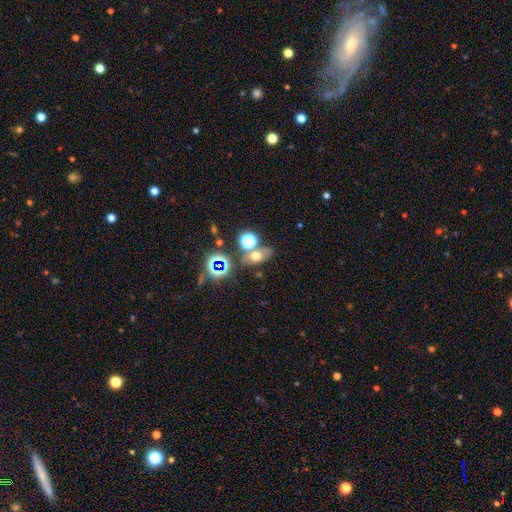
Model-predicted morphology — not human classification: smooth 52%, star or artifact 30%, featured or disk 18%. Down the decision tree: how rounded — in between (69%); merging — none (64%).